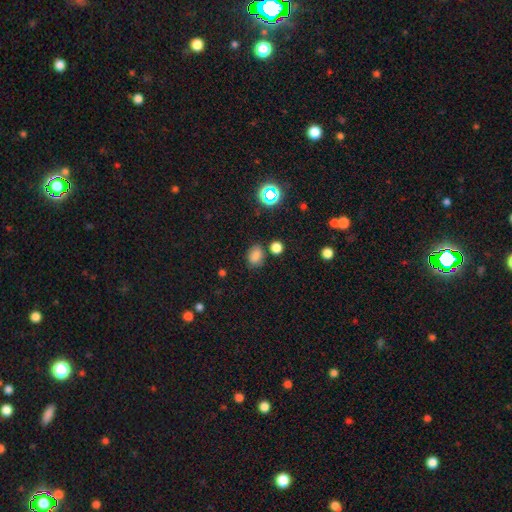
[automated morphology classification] smooth-or-featured: smooth: 77% | star or artifact: 17% | featured or disk: 5%
  how-rounded: in between: 64% | round: 35% | cigar-shaped: 1%
  merging: none: 76% | minor disturbance: 14% | merger: 7% | major disturbance: 4%